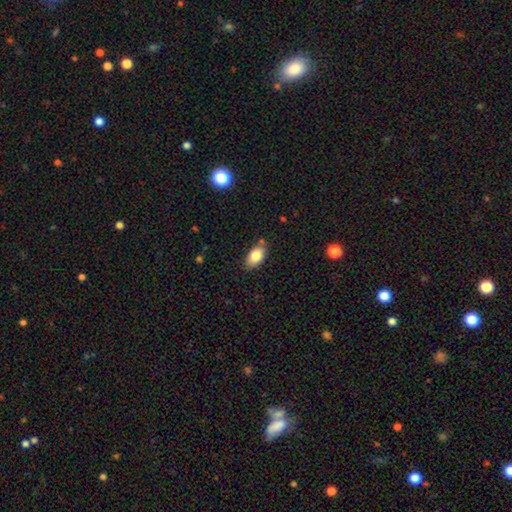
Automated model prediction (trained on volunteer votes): A smooth galaxy with no disk features (82%) that is in between round and cigar-shaped (92%).

Vote fractions:
- Smooth or featured? smooth: 82% / featured or disk: 10% / star or artifact: 8%
- How rounded? in between: 92% / round: 5% / cigar-shaped: 3%
- Merging? none: 77% / minor disturbance: 17% / merger: 4% / major disturbance: 3%